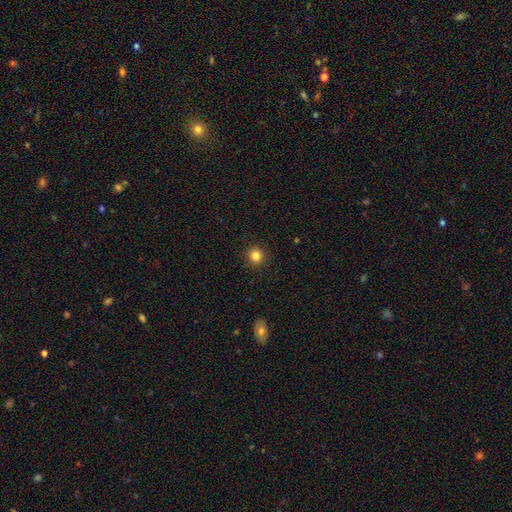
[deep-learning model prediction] A smooth galaxy with no disk features (84%) that is round (91%). Merging: none (92%).